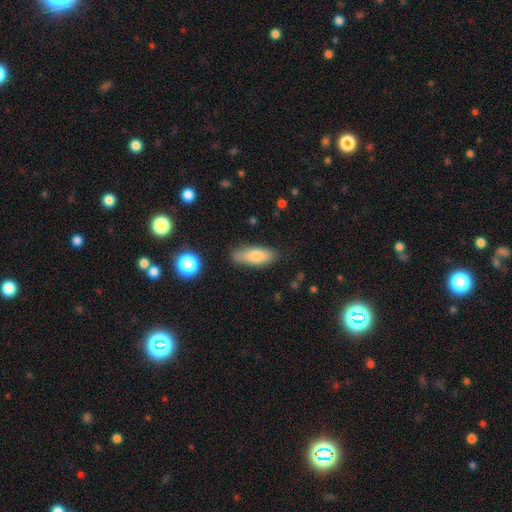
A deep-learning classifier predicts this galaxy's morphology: Smooth or featured? smooth (80%)
How rounded? in between (66%)
Merging? none (77%)